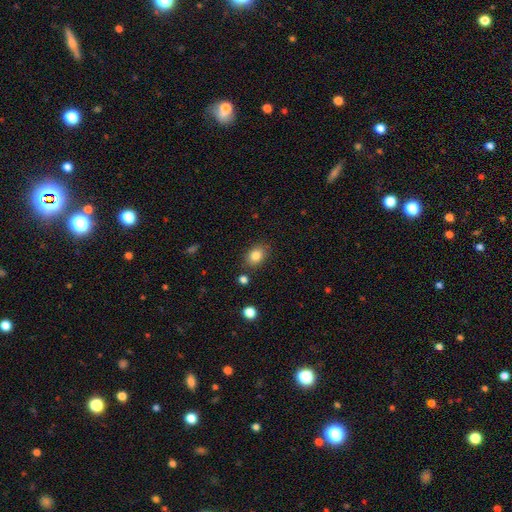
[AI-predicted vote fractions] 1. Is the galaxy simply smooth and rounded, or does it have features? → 84% smooth, 10% star or artifact, 6% featured or disk.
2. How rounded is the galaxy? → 67% in between, 32% round, 1% cigar-shaped.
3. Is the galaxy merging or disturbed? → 81% none, 12% minor disturbance, 4% merger, 3% major disturbance.